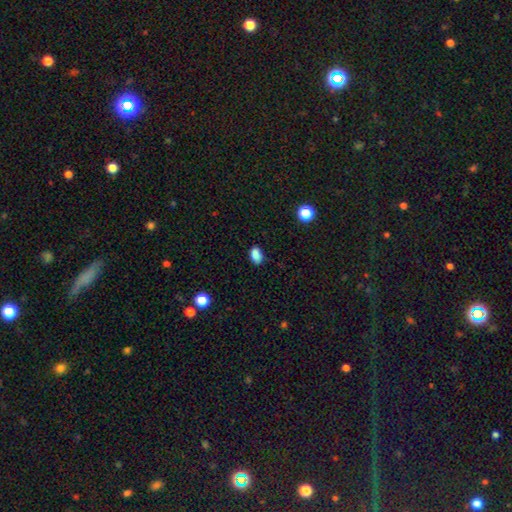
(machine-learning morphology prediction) Smooth or featured? Predicted: smooth (p=0.85). How rounded? Predicted: in between (p=0.86). Merging? Predicted: none (p=0.80).